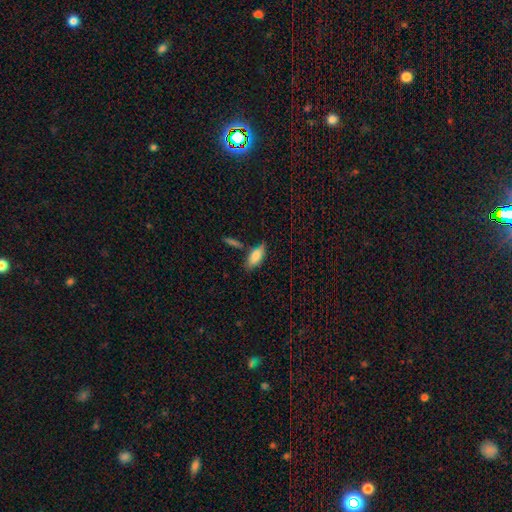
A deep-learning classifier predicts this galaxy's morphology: A smooth galaxy with no disk features (81%) that is in between round and cigar-shaped (81%).

Vote fractions:
- Smooth or featured? smooth: 81% / featured or disk: 12% / star or artifact: 7%
- How rounded? in between: 81% / cigar-shaped: 17% / round: 3%
- Merging? none: 61% / minor disturbance: 21% / merger: 13% / major disturbance: 6%